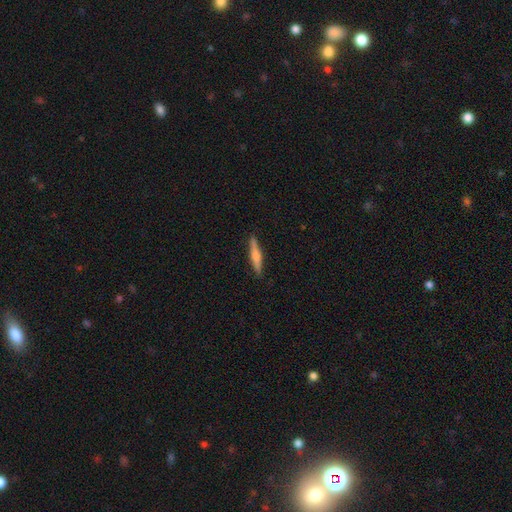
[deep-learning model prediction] This appears to be a smooth galaxy with no disk features (47%, tied with featured or disk). Merging: none (90%).